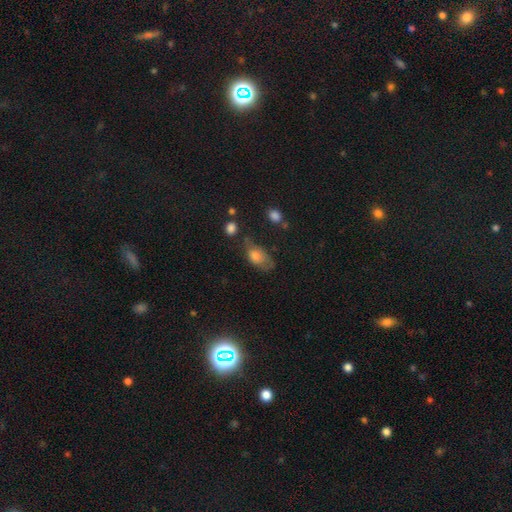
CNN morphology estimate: The model was most divided on "merging": none: 39%, minor disturbance: 35%, major disturbance: 20%, merger: 6%. More confident: how rounded — in between (85%); smooth or featured — smooth (73%).